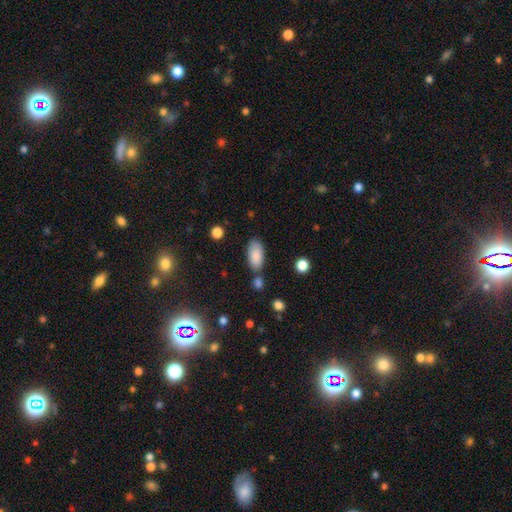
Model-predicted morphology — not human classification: A smooth galaxy with no disk features (87%) that is in between round and cigar-shaped (92%).

Vote fractions:
- Smooth or featured? smooth: 87% / star or artifact: 7% / featured or disk: 6%
- How rounded? in between: 92% / cigar-shaped: 5% / round: 3%
- Merging? none: 71% / minor disturbance: 15% / merger: 10% / major disturbance: 4%